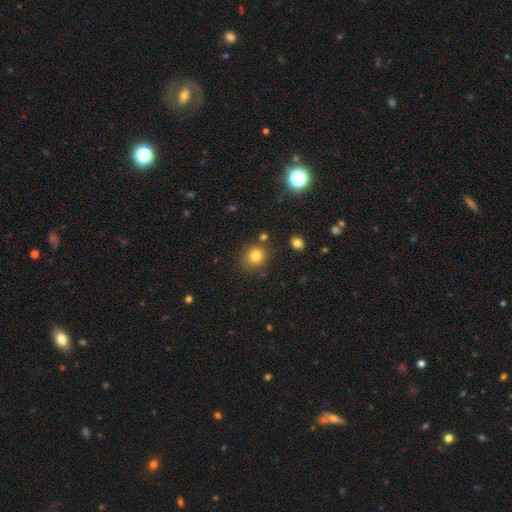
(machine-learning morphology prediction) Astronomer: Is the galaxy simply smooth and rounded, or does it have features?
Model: smooth — 82%.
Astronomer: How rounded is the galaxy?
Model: round — 84%.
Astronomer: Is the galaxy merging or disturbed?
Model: none — 78%.